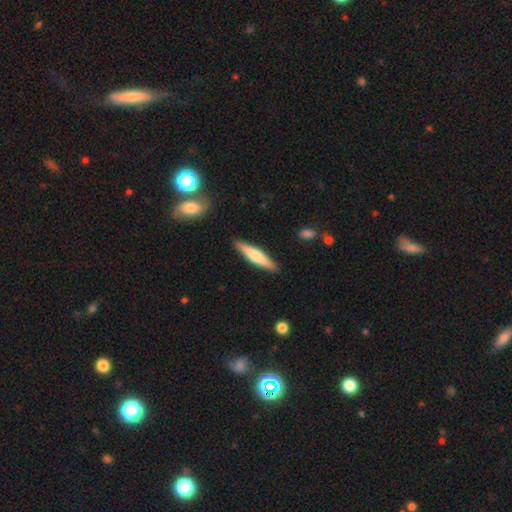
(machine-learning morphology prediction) Q: Smooth or featured?
A: smooth (56%); runner-up: featured or disk (39%)
Q: How rounded?
A: cigar-shaped (86%); runner-up: in between (13%)
Q: Merging?
A: none (89%); runner-up: minor disturbance (8%)